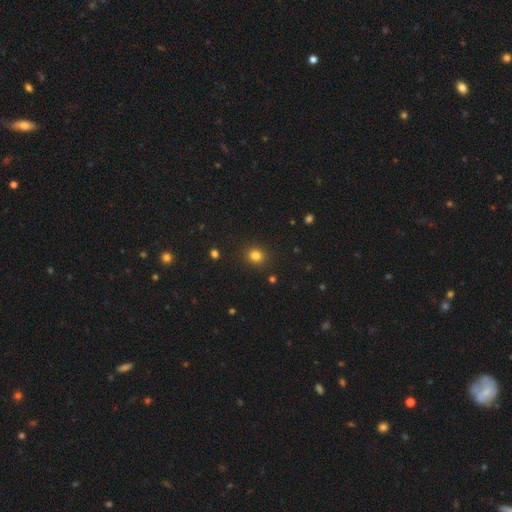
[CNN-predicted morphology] smooth_or_featured: smooth (p=0.81) [alt: star or artifact p=0.14]
how_rounded: round (p=0.79) [alt: in between p=0.20]
merging: none (p=0.89) [alt: minor disturbance p=0.07]